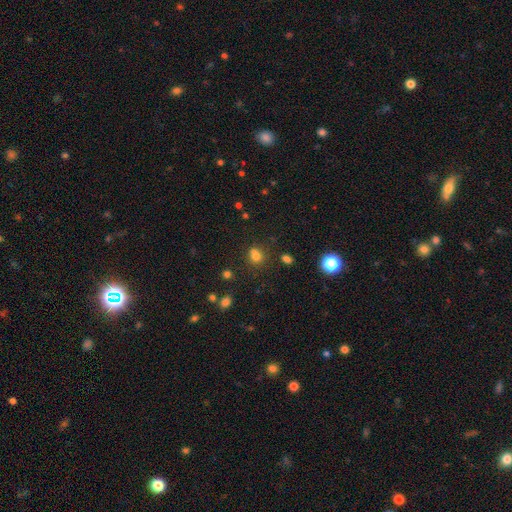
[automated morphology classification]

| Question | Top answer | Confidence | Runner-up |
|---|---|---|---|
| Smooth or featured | smooth | 72% | star or artifact (19%) |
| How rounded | round | 69% | in between (30%) |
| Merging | none | 55% | merger (25%) |